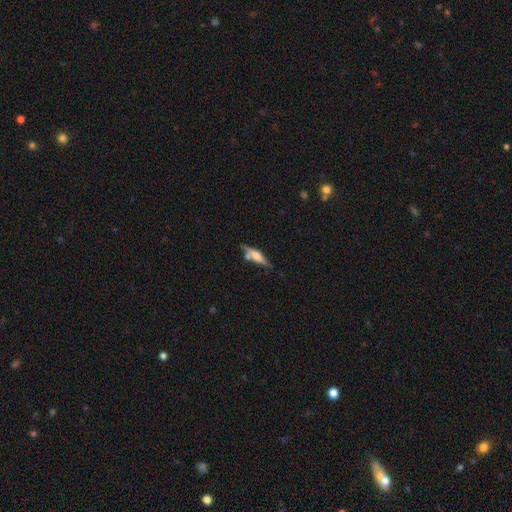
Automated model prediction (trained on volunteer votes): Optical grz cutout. It shows a featured or disk galaxy (47%). Merging: none (63%).